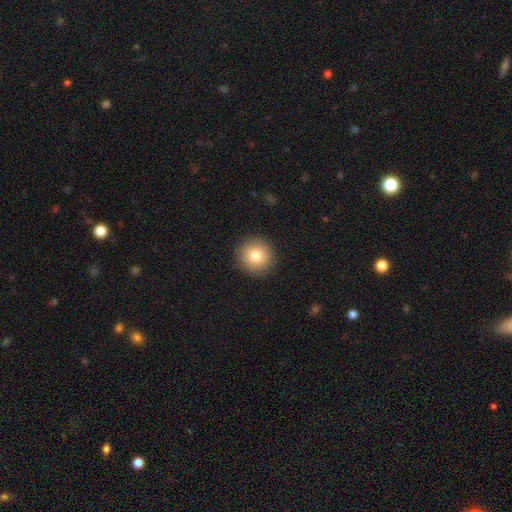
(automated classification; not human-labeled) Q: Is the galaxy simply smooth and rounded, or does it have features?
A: smooth — 81%.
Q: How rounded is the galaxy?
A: round — 94%.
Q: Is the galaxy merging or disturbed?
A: none — 92%.